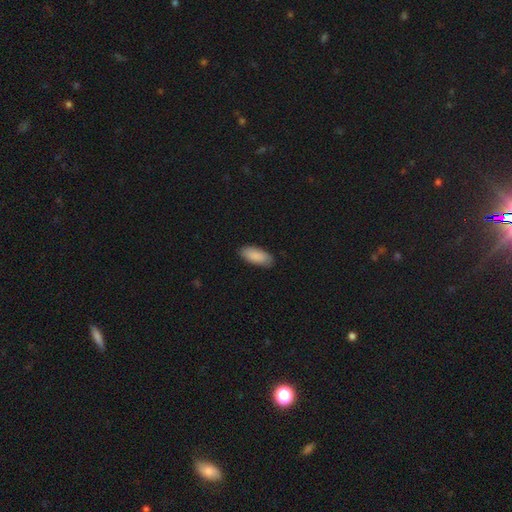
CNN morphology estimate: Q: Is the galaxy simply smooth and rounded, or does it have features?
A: smooth — 89%.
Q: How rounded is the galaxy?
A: in between — 87%.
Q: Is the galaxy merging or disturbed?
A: none — 87%.